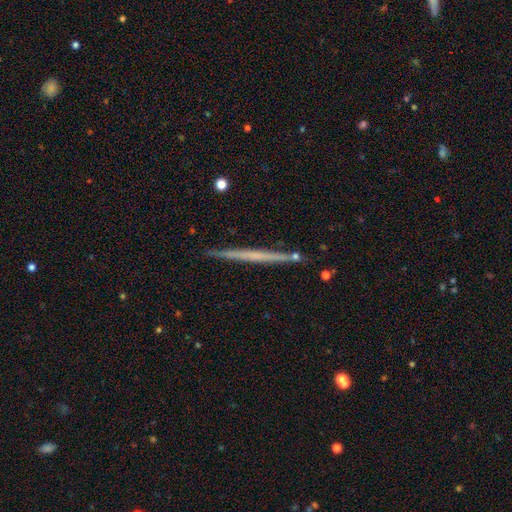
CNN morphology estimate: featured or disk 59%, smooth 35%, star or artifact 6%. Down the decision tree: edge-on disk — yes (98%); edge-on bulge — none (87%); merging — none (90%).